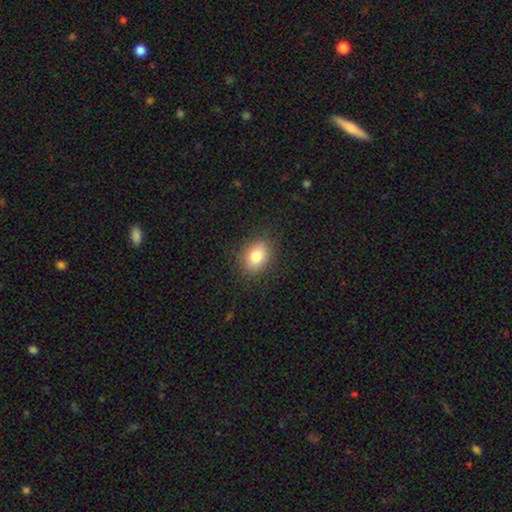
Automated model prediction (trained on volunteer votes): The model was most divided on "how rounded": in between: 70%, round: 28%, cigar-shaped: 1%. More confident: merging — none (86%); smooth or featured — smooth (81%).